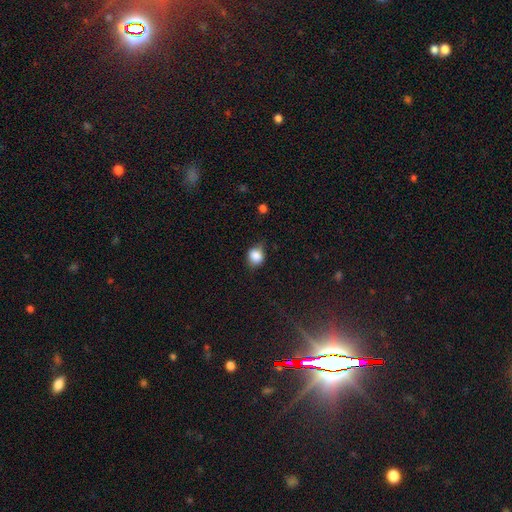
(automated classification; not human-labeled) A smooth galaxy with no disk features (84%) that is round (69%). Merging: none (66%).